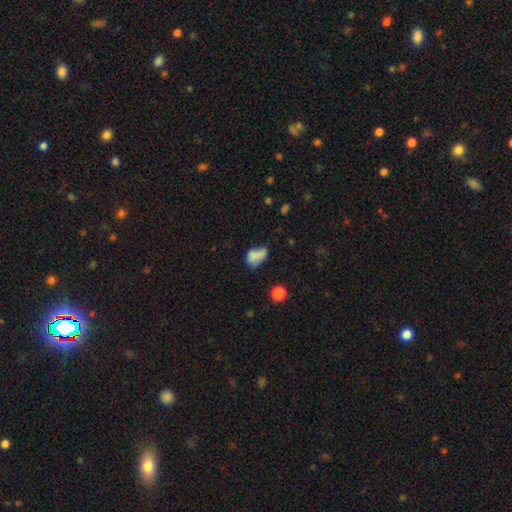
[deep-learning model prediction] A smooth galaxy with no disk features (68%) that is in between round and cigar-shaped (83%).

Vote fractions:
- Smooth or featured? smooth: 68% / featured or disk: 20% / star or artifact: 12%
- How rounded? in between: 83% / round: 14% / cigar-shaped: 3%
- Merging? none: 32% / minor disturbance: 30% / major disturbance: 25% / merger: 13%